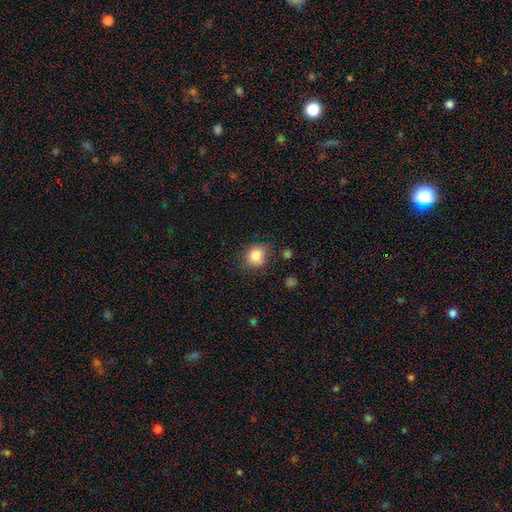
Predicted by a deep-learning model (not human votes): The model was most divided on "how rounded": round: 72%, in between: 27%, cigar-shaped: 1%. More confident: smooth or featured — smooth (84%); merging — none (73%).